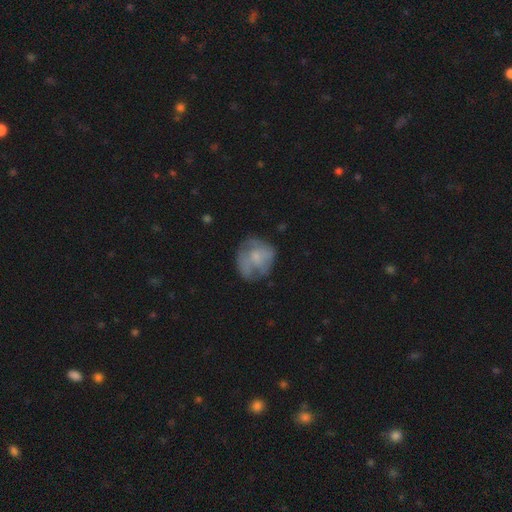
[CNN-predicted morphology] smooth_or_featured: smooth (p=0.49) [alt: featured or disk p=0.42]
merging: none (p=0.56) [alt: minor disturbance p=0.25]